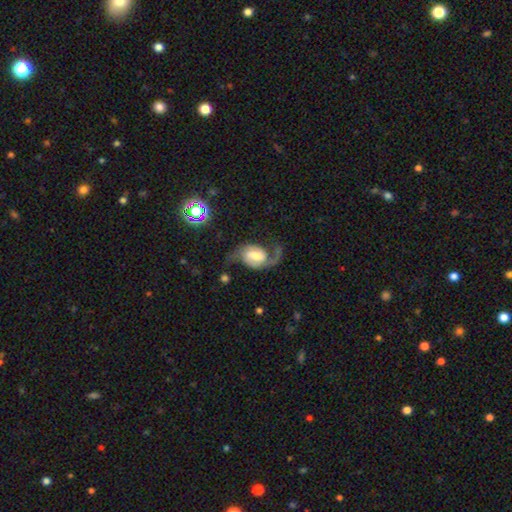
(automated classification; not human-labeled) Smooth or featured?
  - featured or disk: 84% *
  - smooth: 10%
  - star or artifact: 6%
Edge-on disk?
  - no: 98% *
  - yes: 2%
Bar?
  - weak: 50% *
  - no: 29%
  - strong: 21%
Spiral arms?
  - yes: 96% *
  - no: 4%
Spiral winding?
  - loose: 50% *
  - medium: 39%
  - tight: 11%
Spiral arm count?
  - 2: 88% *
  - 1: 7%
  - can't tell: 2%
  - 3: 1%
  - 4: 1%
  - more than 4: 1%
Bulge size?
  - moderate: 45% *
  - large: 26%
  - small: 18%
  - none: 7%
  - dominant: 4%
Merging?
  - none: 59% *
  - major disturbance: 20%
  - minor disturbance: 18%
  - merger: 3%